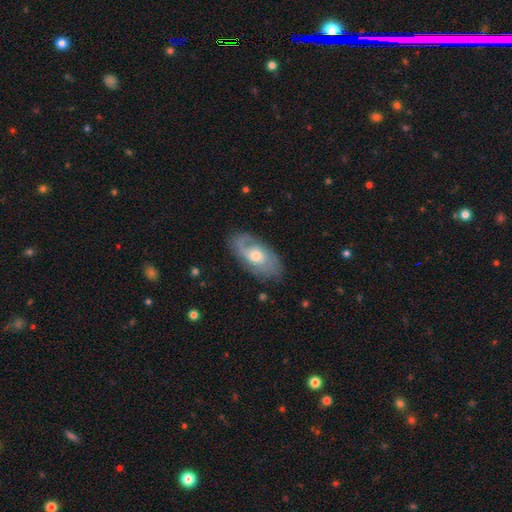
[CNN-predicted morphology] Overall: featured or disk (70%). Edge-on disk: no (93%). Bar: no (69%). Spiral arms: yes (87%). Spiral arm count: 2 (49%; can't tell 24%). Spiral winding: medium (40%; tight 39%). Bulge size: moderate (64%; small 25%). Merging: none (75%).